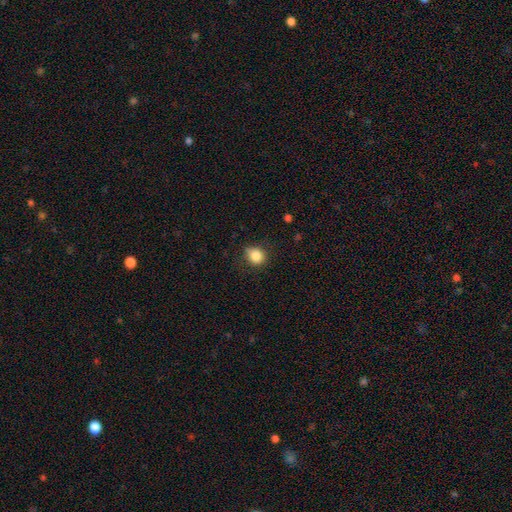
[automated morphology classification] smooth_or_featured: smooth (p=0.84) [alt: star or artifact p=0.10]
how_rounded: round (p=0.72) [alt: in between p=0.27]
merging: none (p=0.73) [alt: minor disturbance p=0.21]